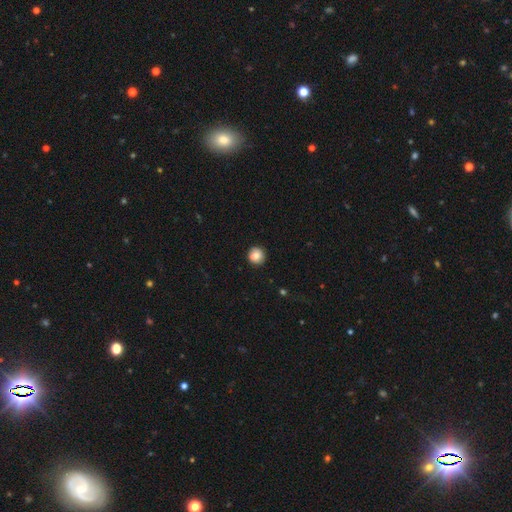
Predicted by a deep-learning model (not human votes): Smooth or featured?
  - smooth: 80% *
  - featured or disk: 11%
  - star or artifact: 9%
How rounded?
  - round: 93% *
  - in between: 6%
  - cigar-shaped: 1%
Merging?
  - none: 87% *
  - minor disturbance: 9%
  - major disturbance: 2%
  - merger: 2%